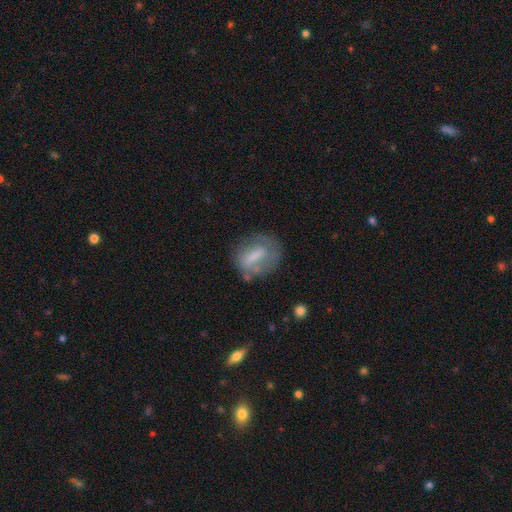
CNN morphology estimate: This appears to be a smooth galaxy with no disk features (55%) that is in between round and cigar-shaped (60%). Merging: none (59%).